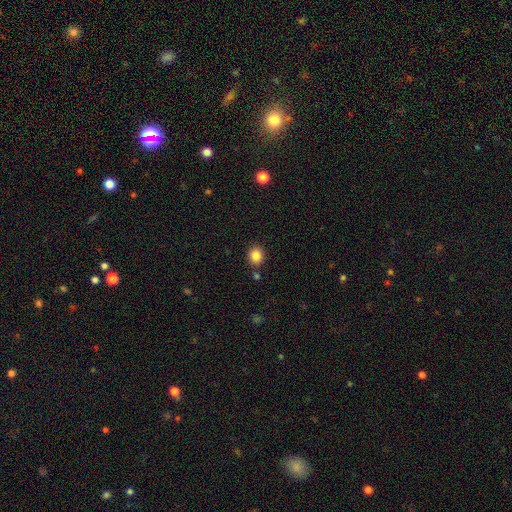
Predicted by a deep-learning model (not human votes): Smooth or featured?
  - smooth: 86% *
  - star or artifact: 10%
  - featured or disk: 4%
How rounded?
  - round: 71% *
  - in between: 28%
  - cigar-shaped: 1%
Merging?
  - none: 83% *
  - minor disturbance: 9%
  - merger: 5%
  - major disturbance: 3%